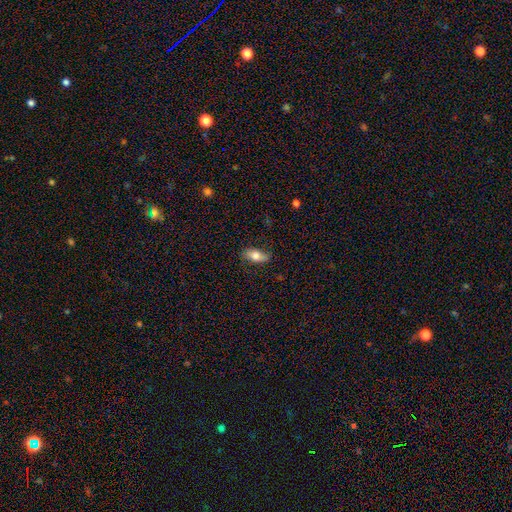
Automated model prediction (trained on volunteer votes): Overall: smooth (76%). How rounded: in between (84%). Merging: none (81%).